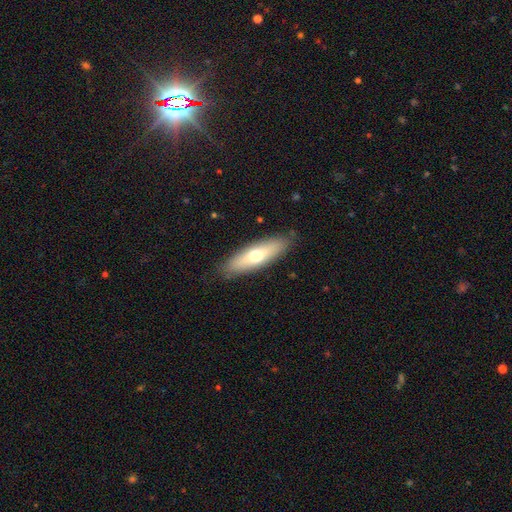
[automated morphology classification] A smooth galaxy with no disk features (61%) that is cigar-shaped (54%). Merging: none (86%).